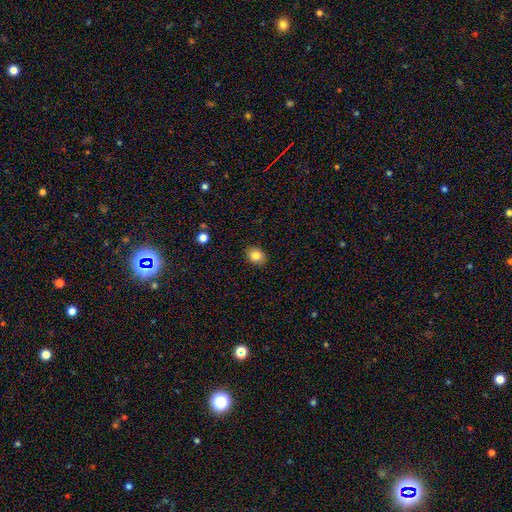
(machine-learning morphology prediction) smooth-or-featured: smooth: 83% | star or artifact: 10% | featured or disk: 7%
  how-rounded: round: 50% | in between: 49% | cigar-shaped: 1%
  merging: none: 90% | minor disturbance: 7% | major disturbance: 2% | merger: 1%